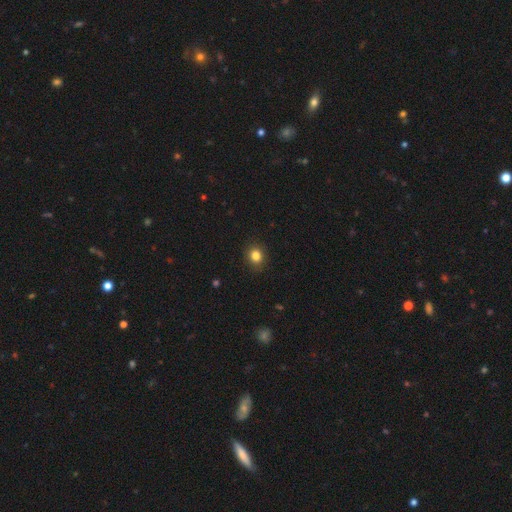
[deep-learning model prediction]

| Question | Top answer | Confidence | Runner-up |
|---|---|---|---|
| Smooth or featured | smooth | 84% | star or artifact (12%) |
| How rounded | round | 75% | in between (24%) |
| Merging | none | 89% | minor disturbance (8%) |